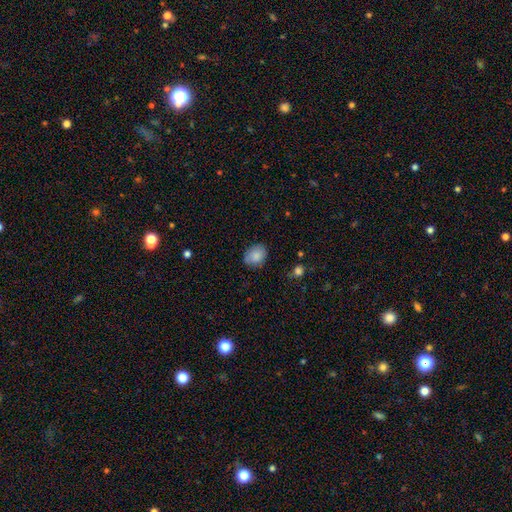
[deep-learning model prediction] smooth 85%, star or artifact 8%, featured or disk 7%. Down the decision tree: how rounded — in between (59%); merging — none (75%).